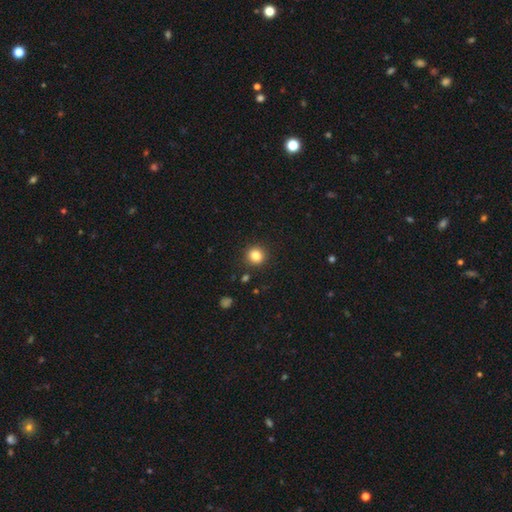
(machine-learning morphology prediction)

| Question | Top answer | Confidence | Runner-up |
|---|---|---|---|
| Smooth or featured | smooth | 83% | star or artifact (12%) |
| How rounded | round | 92% | in between (7%) |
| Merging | none | 91% | minor disturbance (6%) |